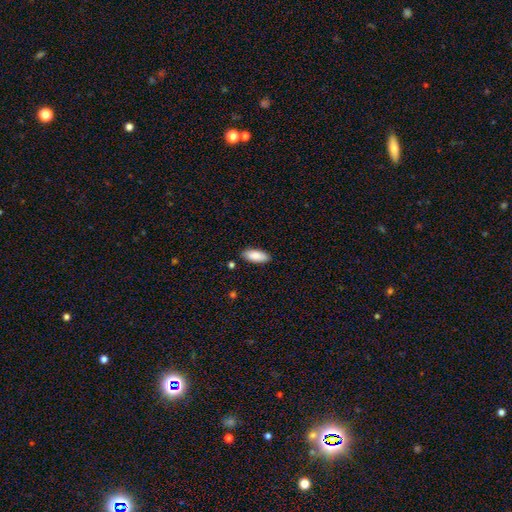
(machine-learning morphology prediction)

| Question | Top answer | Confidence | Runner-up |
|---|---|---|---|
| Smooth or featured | smooth | 88% | featured or disk (6%) |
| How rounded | in between | 82% | cigar-shaped (16%) |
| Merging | none | 86% | minor disturbance (10%) |